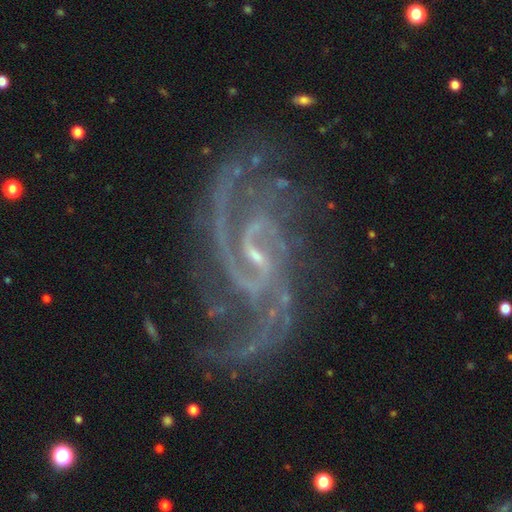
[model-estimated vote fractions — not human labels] Morphology: type=featured or disk (92%); edge-on=no (97%); bar=weak (46%); spiral arms=yes (99%); winding=medium (54%); arm count=2 (49%); bulge=small (80%); merging=none (73%).